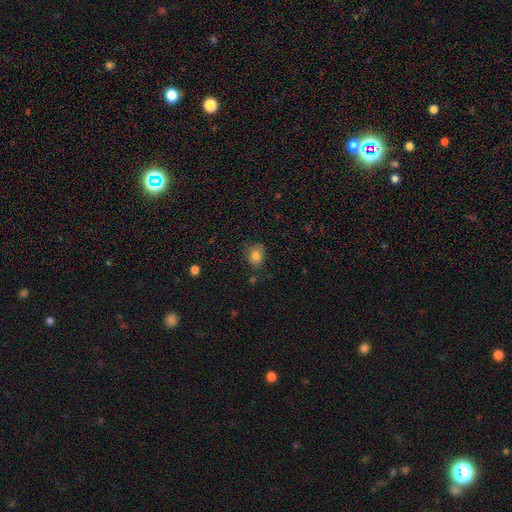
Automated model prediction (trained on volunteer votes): smooth_or_featured: smooth (p=0.81) [alt: star or artifact p=0.11]
how_rounded: round (p=0.53) [alt: in between p=0.46]
merging: none (p=0.72) [alt: minor disturbance p=0.20]